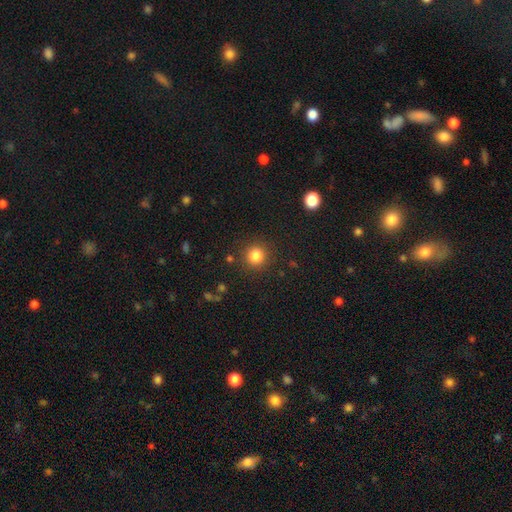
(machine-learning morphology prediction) smooth-or-featured: smooth: 83% | star or artifact: 12% | featured or disk: 5%
  how-rounded: round: 93% | in between: 6% | cigar-shaped: 1%
  merging: none: 89% | minor disturbance: 7% | major disturbance: 3% | merger: 2%